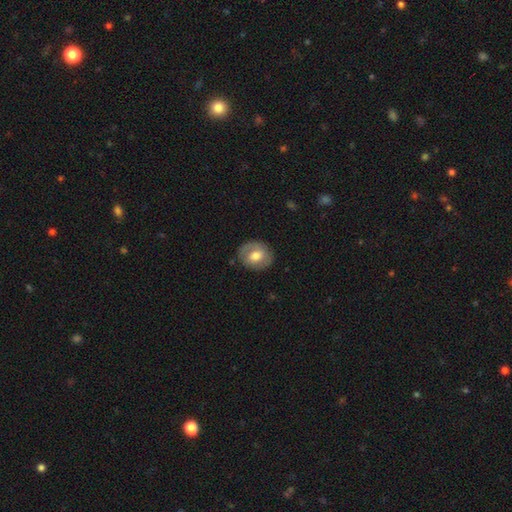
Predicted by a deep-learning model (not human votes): smooth-or-featured: smooth: 57% | featured or disk: 36% | star or artifact: 7%
  how-rounded: round: 60% | in between: 39% | cigar-shaped: 1%
  merging: none: 81% | minor disturbance: 13% | major disturbance: 4% | merger: 1%